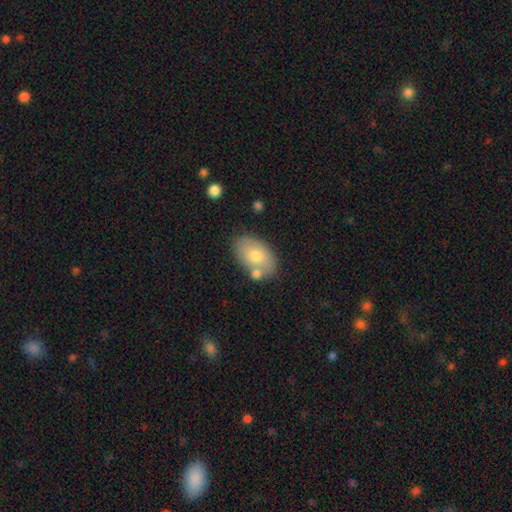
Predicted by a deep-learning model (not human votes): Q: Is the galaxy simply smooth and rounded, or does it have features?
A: smooth — 71%.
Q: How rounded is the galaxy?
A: in between — 90%.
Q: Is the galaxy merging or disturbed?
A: none — 67%.